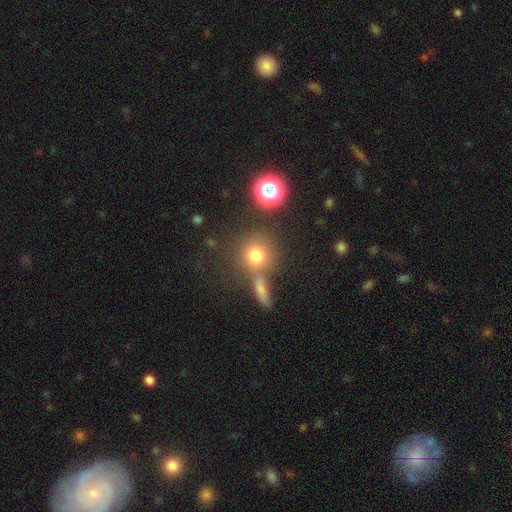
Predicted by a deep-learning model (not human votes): The model was most divided on "merging": none: 66%, merger: 20%, minor disturbance: 9%, major disturbance: 4%. More confident: how rounded — round (88%); smooth or featured — smooth (72%).